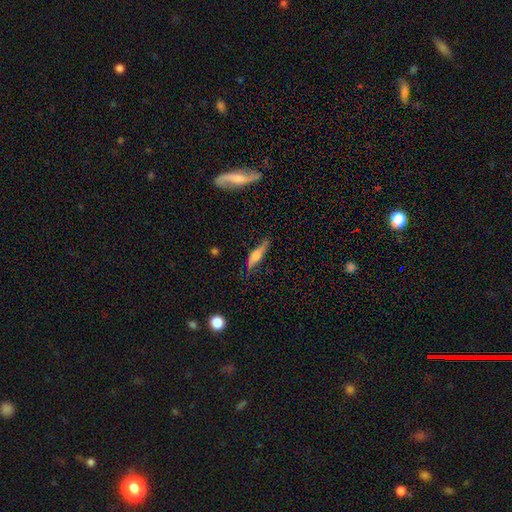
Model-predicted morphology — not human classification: smooth_or_featured: featured or disk (p=0.48) [alt: smooth p=0.45]
merging: none (p=0.71) [alt: minor disturbance p=0.22]